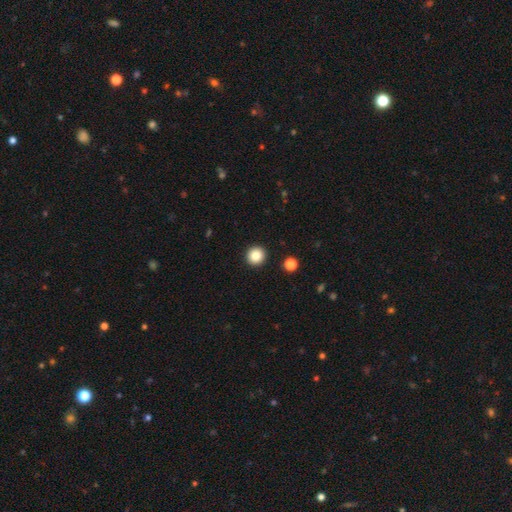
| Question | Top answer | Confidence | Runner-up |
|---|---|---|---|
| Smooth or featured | smooth | 87% | star or artifact (8%) |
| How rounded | round | 85% | in between (15%) |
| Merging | none | 94% | minor disturbance (3%) |